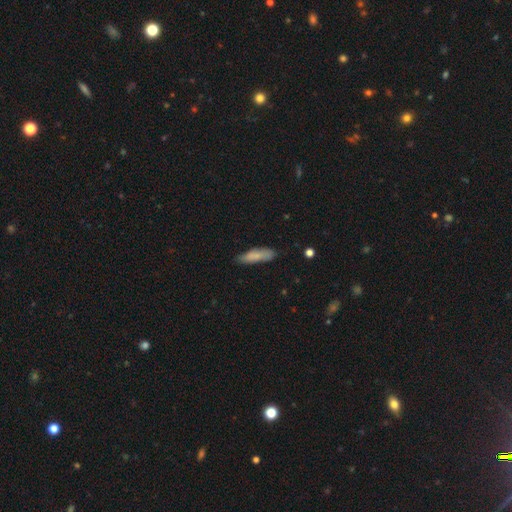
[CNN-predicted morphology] A smooth galaxy with no disk features (80%) that is cigar-shaped (56%).

Vote fractions:
- Smooth or featured? smooth: 80% / featured or disk: 14% / star or artifact: 7%
- How rounded? cigar-shaped: 56% / in between: 43% / round: 2%
- Merging? none: 75% / minor disturbance: 19% / major disturbance: 3% / merger: 2%